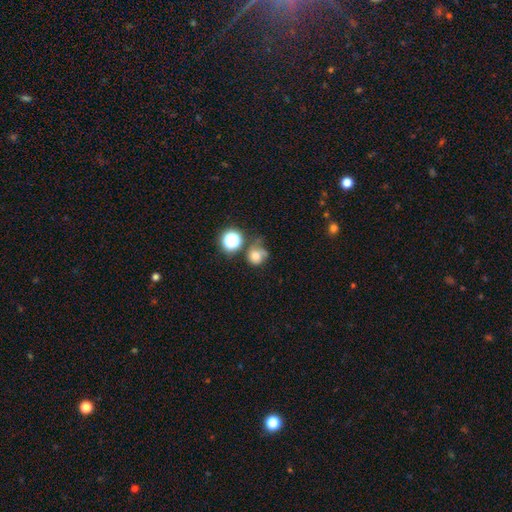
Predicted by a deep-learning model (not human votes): Smooth or featured? Predicted: smooth (p=0.68). How rounded? Predicted: round (p=0.79). Merging? Predicted: none (p=0.45).